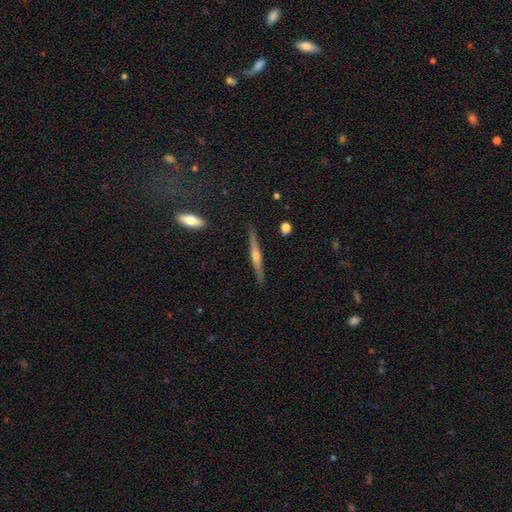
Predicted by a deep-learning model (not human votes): smooth-or-featured: featured or disk: 71% | smooth: 23% | star or artifact: 6%
  disk-edge-on: yes: 98% | no: 2%
    edge-on-bulge: rounded: 79% | none: 12% | boxy: 8%
  merging: none: 90% | minor disturbance: 8% | major disturbance: 1% | merger: 1%